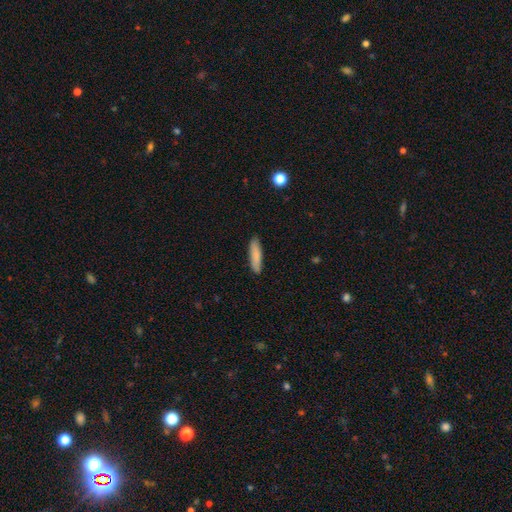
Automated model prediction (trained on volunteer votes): Morphology: type=smooth (84%); roundness=cigar-shaped (71%); merging=none (88%).